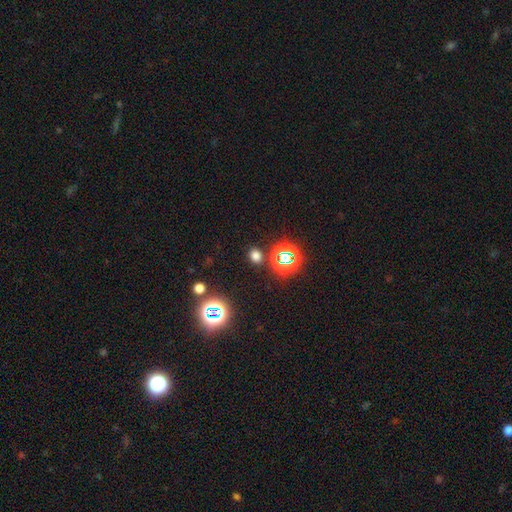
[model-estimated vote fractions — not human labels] smooth_or_featured: smooth (p=0.64) [alt: star or artifact p=0.30]
how_rounded: round (p=0.60) [alt: in between p=0.38]
merging: none (p=0.84) [alt: minor disturbance p=0.08]